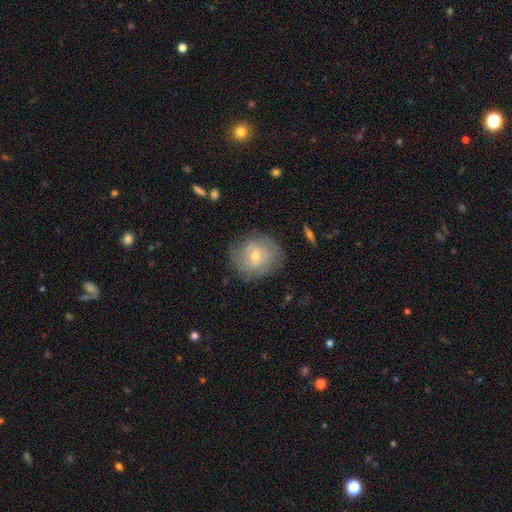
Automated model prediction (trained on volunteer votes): Morphology: type=featured or disk (64%); edge-on=no (97%); bar=no (51%); spiral arms=yes (86%); winding=tight (63%); arm count=can't tell (44%); bulge=moderate (50%); merging=none (79%).